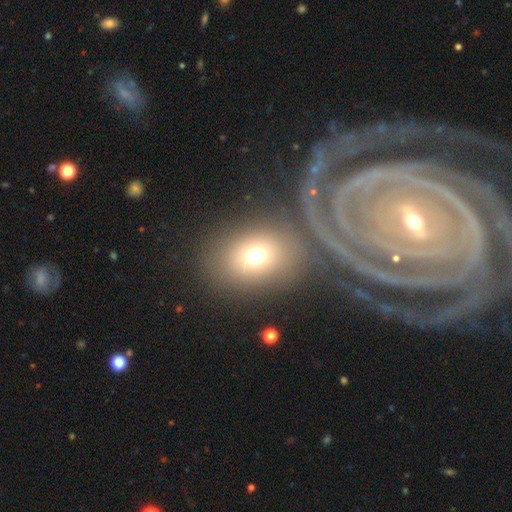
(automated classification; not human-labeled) smooth 69%, featured or disk 17%, star or artifact 15%. Down the decision tree: how rounded — in between (57%); merging — none (56%).